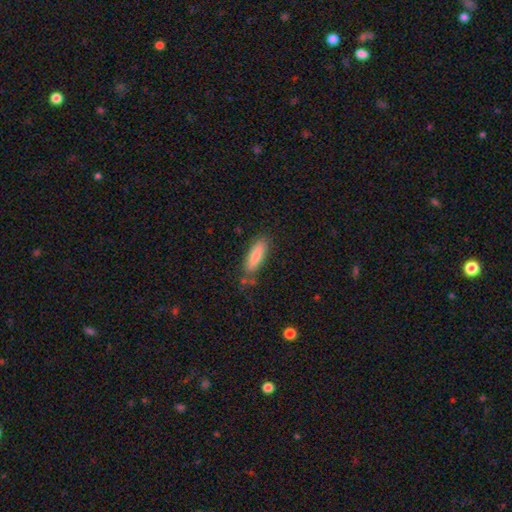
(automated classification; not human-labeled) Q: Smooth or featured?
A: smooth (82%); runner-up: featured or disk (11%)
Q: How rounded?
A: cigar-shaped (50%); runner-up: in between (48%)
Q: Merging?
A: none (75%); runner-up: minor disturbance (16%)